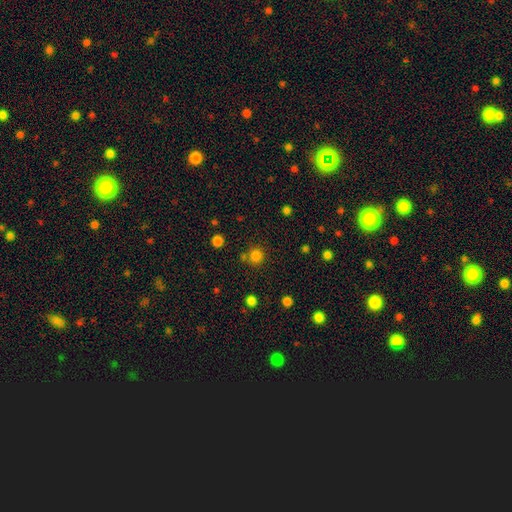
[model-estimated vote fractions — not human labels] A smooth galaxy with no disk features (80%) that is round (92%).

Vote fractions:
- Smooth or featured? smooth: 80% / star or artifact: 15% / featured or disk: 4%
- How rounded? round: 92% / in between: 7% / cigar-shaped: 1%
- Merging? none: 78% / merger: 11% / minor disturbance: 8% / major disturbance: 3%